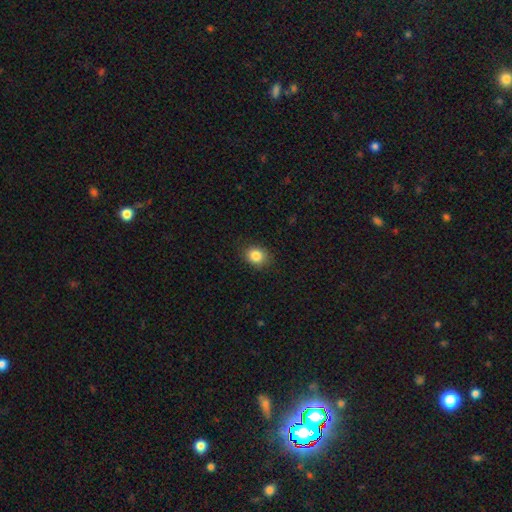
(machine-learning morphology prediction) smooth-or-featured: smooth: 86% | star or artifact: 9% | featured or disk: 5%
  how-rounded: round: 57% | in between: 42% | cigar-shaped: 1%
  merging: none: 85% | minor disturbance: 11% | major disturbance: 3% | merger: 1%